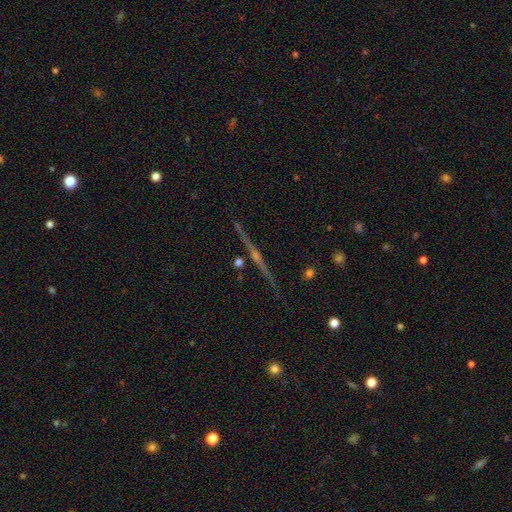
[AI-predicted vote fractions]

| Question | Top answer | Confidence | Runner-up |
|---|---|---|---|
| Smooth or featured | featured or disk | 83% | star or artifact (9%) |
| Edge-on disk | yes | 98% | no (2%) |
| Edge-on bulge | rounded | 85% | none (10%) |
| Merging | none | 91% | minor disturbance (6%) |